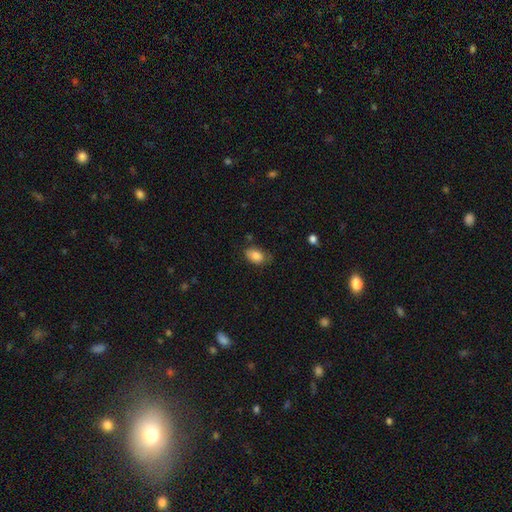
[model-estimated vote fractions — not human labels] The model was most divided on "merging": none: 64%, minor disturbance: 27%, major disturbance: 7%, merger: 2%. More confident: how rounded — in between (87%); smooth or featured — smooth (83%).